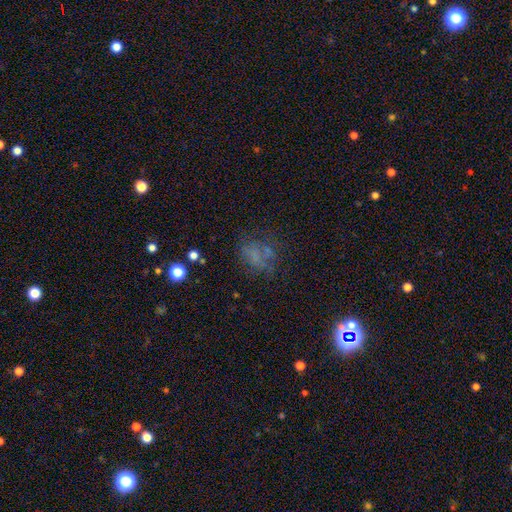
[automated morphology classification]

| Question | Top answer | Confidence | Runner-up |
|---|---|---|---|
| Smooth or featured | smooth | 44% | featured or disk (29%) |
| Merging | none | 53% | major disturbance (21%) |